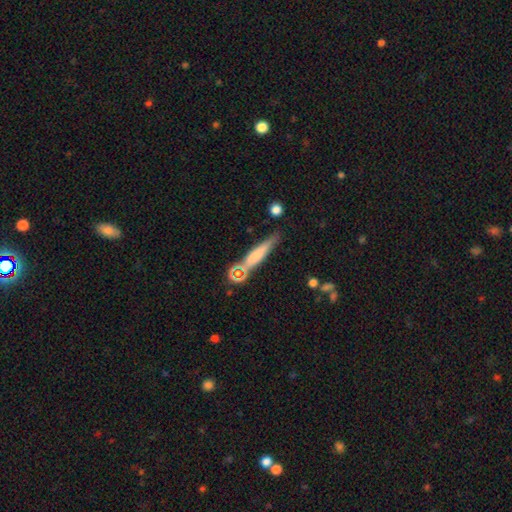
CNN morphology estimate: A smooth galaxy with no disk features (63%) that is cigar-shaped (88%).

Vote fractions:
- Smooth or featured? smooth: 63% / featured or disk: 29% / star or artifact: 9%
- How rounded? cigar-shaped: 88% / in between: 10% / round: 2%
- Merging? none: 73% / minor disturbance: 15% / merger: 8% / major disturbance: 4%